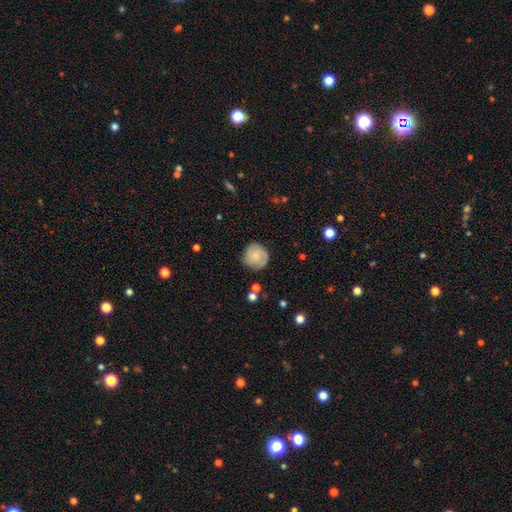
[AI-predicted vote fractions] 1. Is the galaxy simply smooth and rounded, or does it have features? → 75% smooth, 18% featured or disk, 7% star or artifact.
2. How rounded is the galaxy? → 92% round, 7% in between, 1% cigar-shaped.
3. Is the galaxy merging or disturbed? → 78% none, 16% minor disturbance, 4% major disturbance, 2% merger.